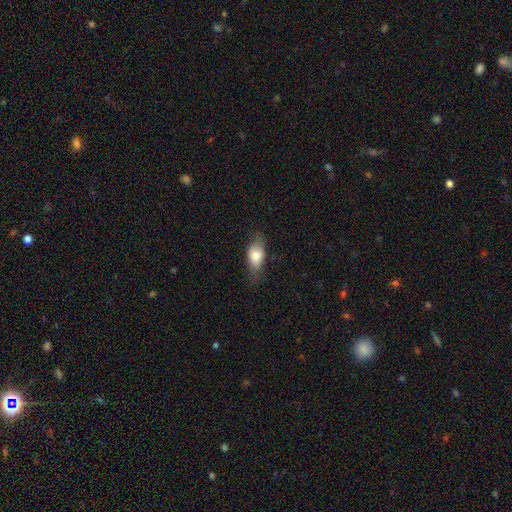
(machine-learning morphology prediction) This appears to be a smooth galaxy with no disk features (75%) that is in between round and cigar-shaped (83%). Merging: none (68%).